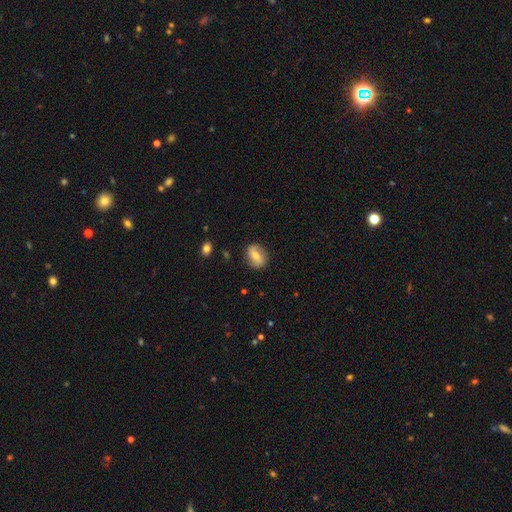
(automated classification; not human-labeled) The model was most divided on "smooth or featured": smooth: 51%, featured or disk: 40%, star or artifact: 8%. More confident: merging — none (83%); how rounded — in between (56%).